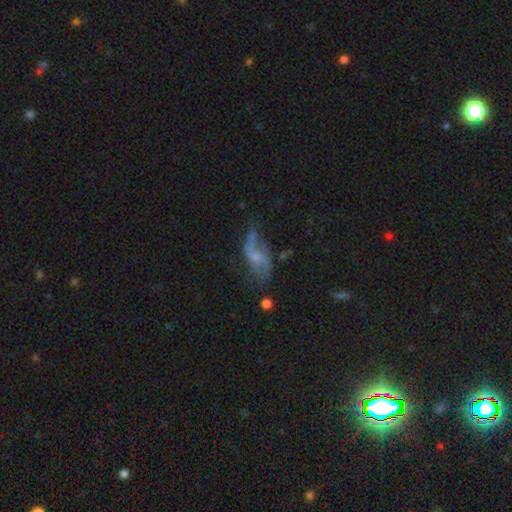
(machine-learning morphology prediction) The model was most divided on "merging": none: 39%, major disturbance: 29%, minor disturbance: 27%, merger: 6%. More confident: edge-on disk — no (92%); spiral arms — yes (75%); smooth or featured — featured or disk (64%); bar — no (57%); bulge size — small (56%).